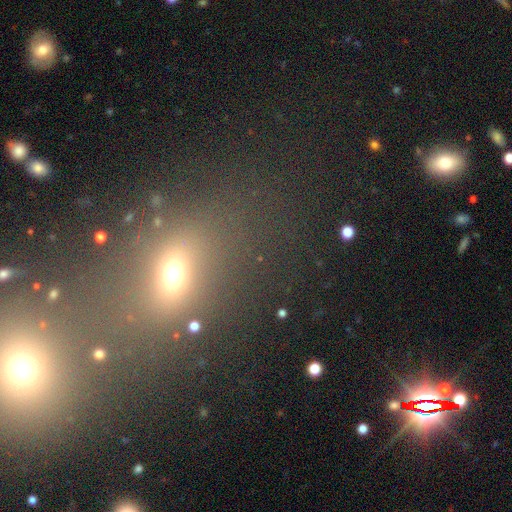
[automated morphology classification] smooth-or-featured: smooth: 47% | star or artifact: 38% | featured or disk: 15%
  merging: none: 56% | merger: 25% | minor disturbance: 11% | major disturbance: 8%